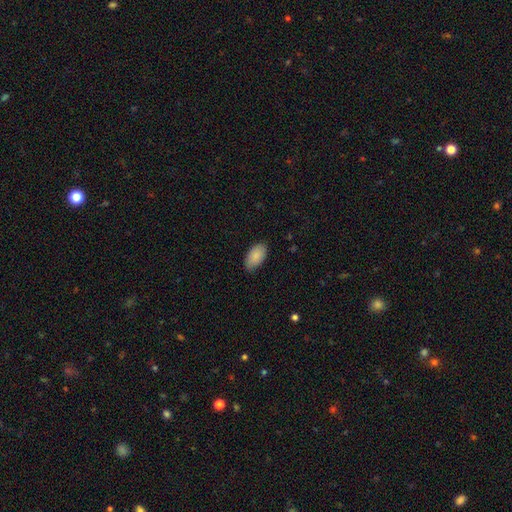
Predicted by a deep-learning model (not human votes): The model was most divided on "merging": none: 79%, minor disturbance: 17%, major disturbance: 3%, merger: 1%. More confident: how rounded — in between (95%); smooth or featured — smooth (88%).